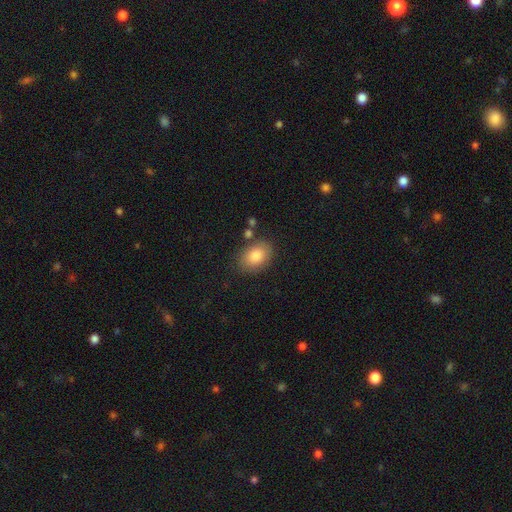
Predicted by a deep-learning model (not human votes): This appears to be a smooth galaxy with no disk features (83%) that is in between round and cigar-shaped (80%). Merging: none (78%).